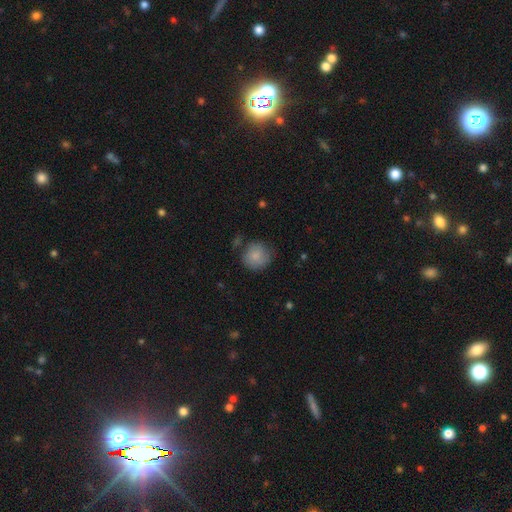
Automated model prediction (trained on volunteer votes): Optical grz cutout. It shows a smooth galaxy with no disk features (83%) that is round (87%). Merging: none (68%).